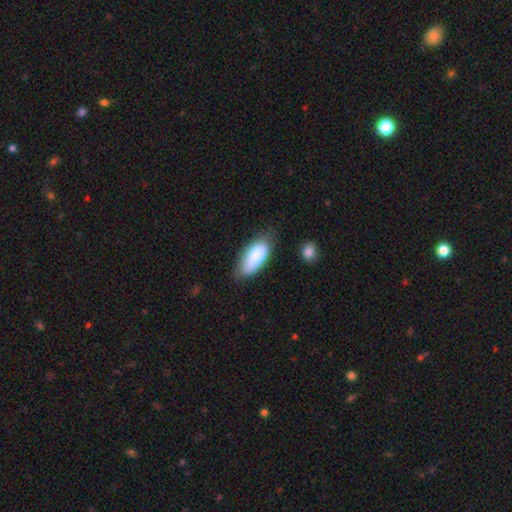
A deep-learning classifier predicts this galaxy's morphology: type=smooth (83%); roundness=in between (87%); merging=none (66%).